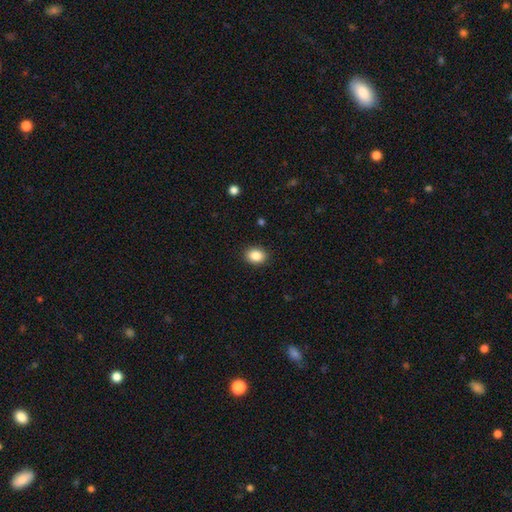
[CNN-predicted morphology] A smooth galaxy with no disk features (87%) that is in between round and cigar-shaped (60%). Merging: none (90%).